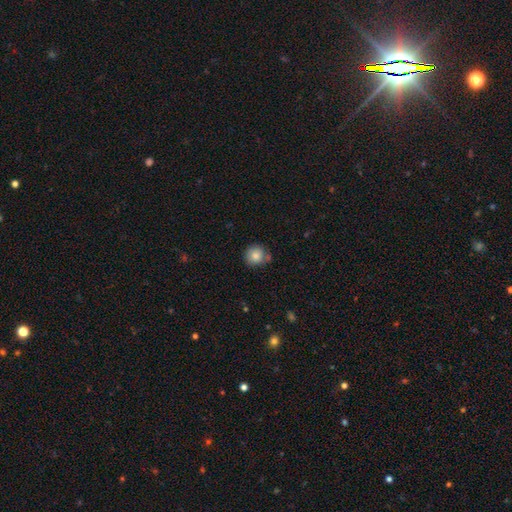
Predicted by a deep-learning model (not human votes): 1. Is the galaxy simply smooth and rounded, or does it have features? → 83% smooth, 9% star or artifact, 7% featured or disk.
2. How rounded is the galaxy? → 90% round, 9% in between, 1% cigar-shaped.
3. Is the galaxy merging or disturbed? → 70% none, 18% minor disturbance, 8% merger, 4% major disturbance.